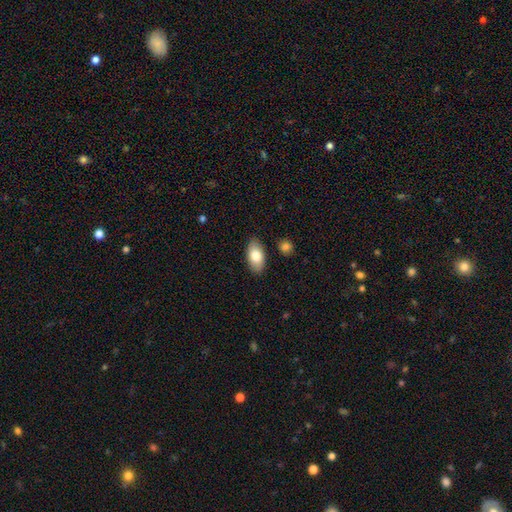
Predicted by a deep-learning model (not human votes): Smooth or featured? smooth (81%)
How rounded? in between (94%)
Merging? none (86%)